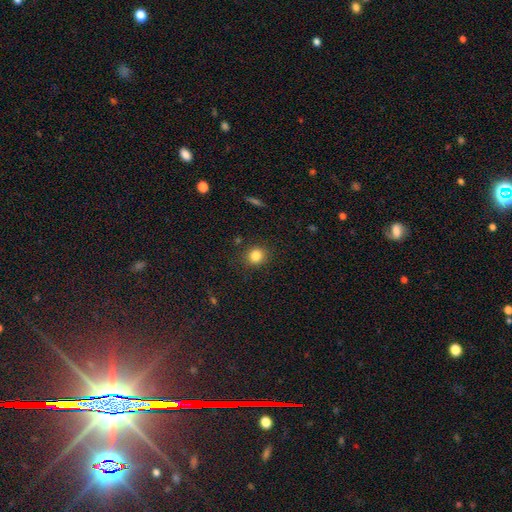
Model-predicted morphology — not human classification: A smooth galaxy with no disk features (82%) that is round (83%). Merging: none (86%).